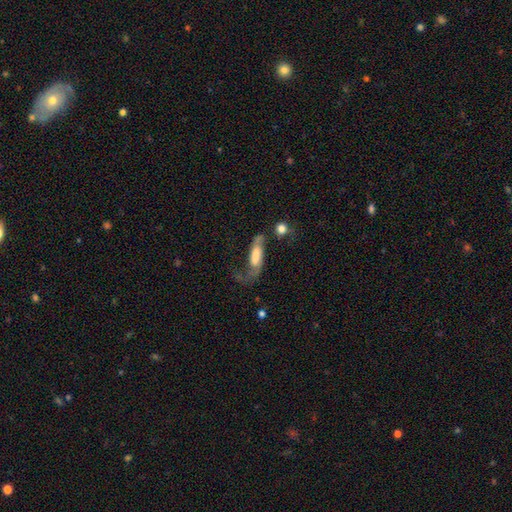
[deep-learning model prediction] Smooth or featured: featured or disk — 51% (smooth — 41%)
Edge-on disk: no — 82% (yes — 18%)
Merging: major disturbance — 38% (none — 31%)